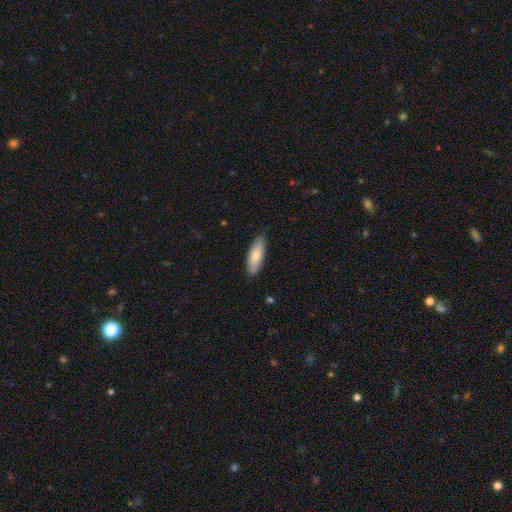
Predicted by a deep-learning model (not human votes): Smooth or featured: smooth — 75% (featured or disk — 19%)
How rounded: in between — 60% (cigar-shaped — 38%)
Merging: none — 84% (minor disturbance — 12%)